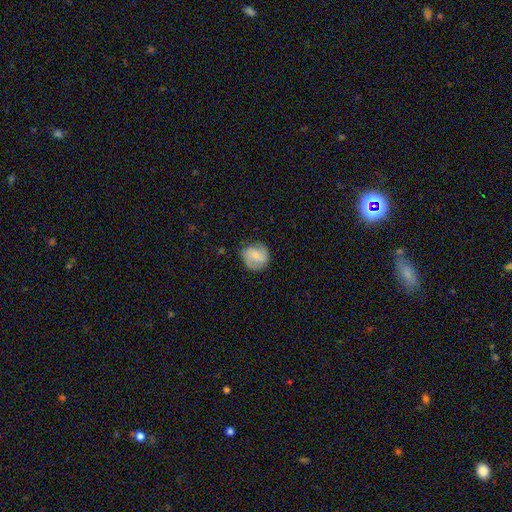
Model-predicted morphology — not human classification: A featured or disk galaxy (54%) with a weak bar (46%), spiral arms (90%) and a small central bulge (53%). Merging: none (76%).